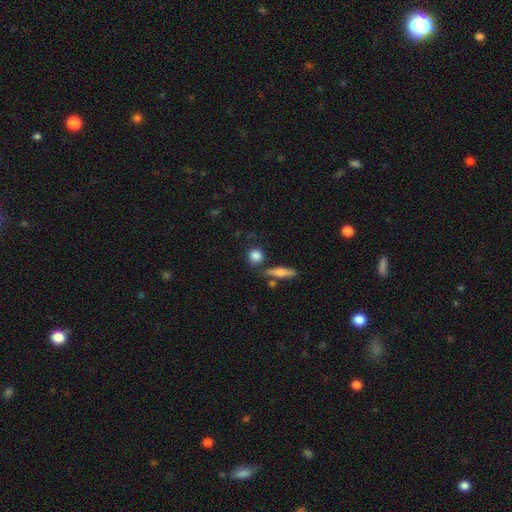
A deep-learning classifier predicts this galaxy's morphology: A smooth galaxy with no disk features (82%) that is round (82%).

Vote fractions:
- Smooth or featured? smooth: 82% / featured or disk: 9% / star or artifact: 8%
- How rounded? round: 82% / in between: 13% / cigar-shaped: 5%
- Merging? none: 76% / minor disturbance: 12% / merger: 9% / major disturbance: 4%